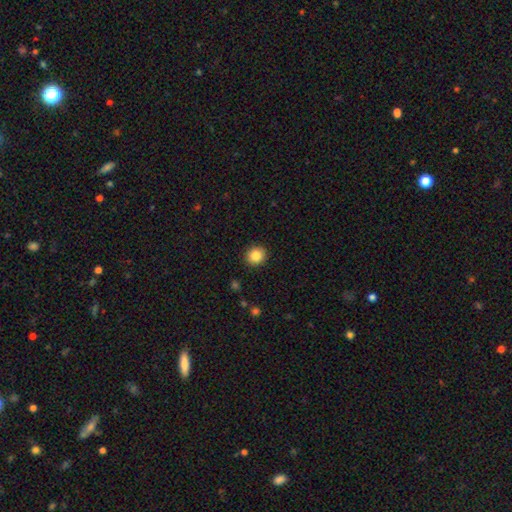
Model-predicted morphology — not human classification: Smooth or featured: smooth — 87% (star or artifact — 9%)
How rounded: round — 85% (in between — 14%)
Merging: none — 91% (minor disturbance — 6%)